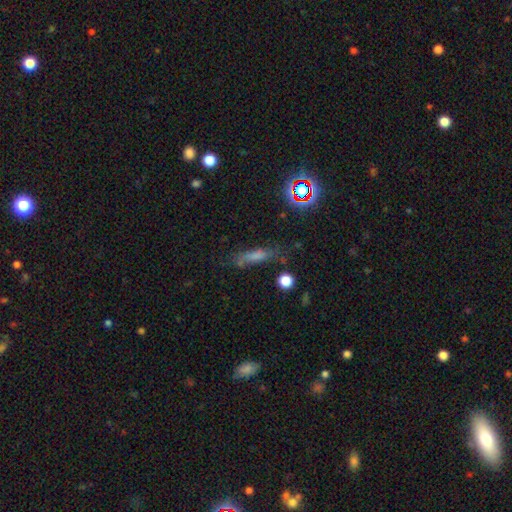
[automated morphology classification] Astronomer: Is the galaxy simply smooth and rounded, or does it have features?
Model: smooth — 50% (runner-up: featured or disk, 26%).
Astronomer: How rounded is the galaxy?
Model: cigar-shaped — 68%.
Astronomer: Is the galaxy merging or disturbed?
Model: none — 63%.